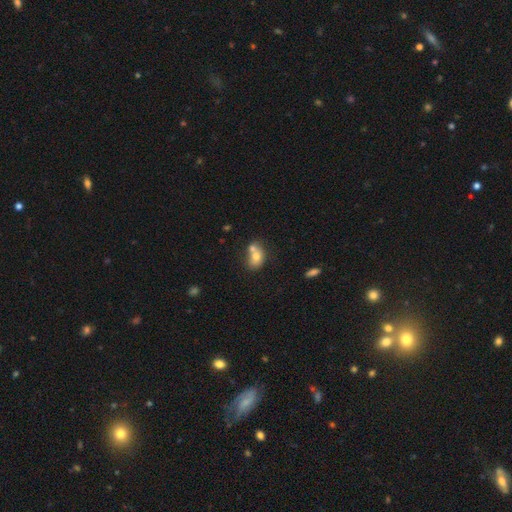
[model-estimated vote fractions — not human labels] smooth 70%, featured or disk 20%, star or artifact 9%. Down the decision tree: how rounded — in between (64%); merging — merger (58%).